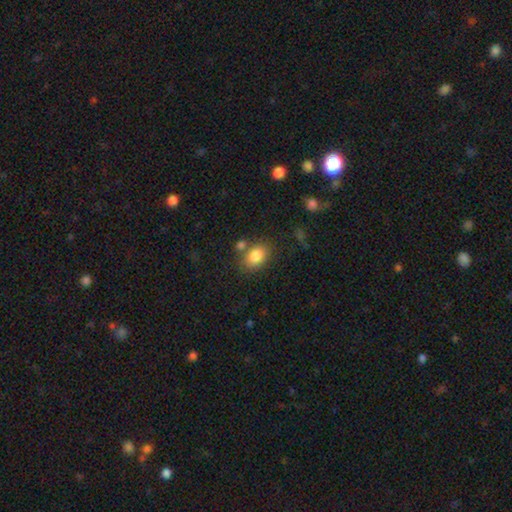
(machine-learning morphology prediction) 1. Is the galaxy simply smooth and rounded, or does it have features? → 84% smooth, 9% star or artifact, 7% featured or disk.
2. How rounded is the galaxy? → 76% in between, 23% round, 1% cigar-shaped.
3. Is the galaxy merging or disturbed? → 68% none, 15% minor disturbance, 12% merger, 5% major disturbance.